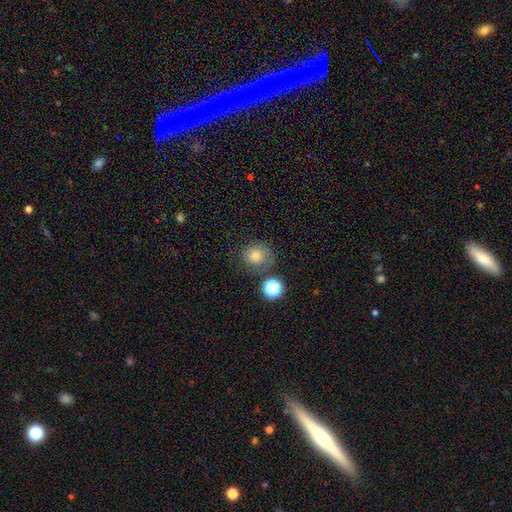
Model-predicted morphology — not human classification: A smooth galaxy with no disk features (70%) that is round (84%).

Vote fractions:
- Smooth or featured? smooth: 70% / star or artifact: 16% / featured or disk: 14%
- How rounded? round: 84% / in between: 15% / cigar-shaped: 1%
- Merging? none: 71% / minor disturbance: 16% / merger: 7% / major disturbance: 6%